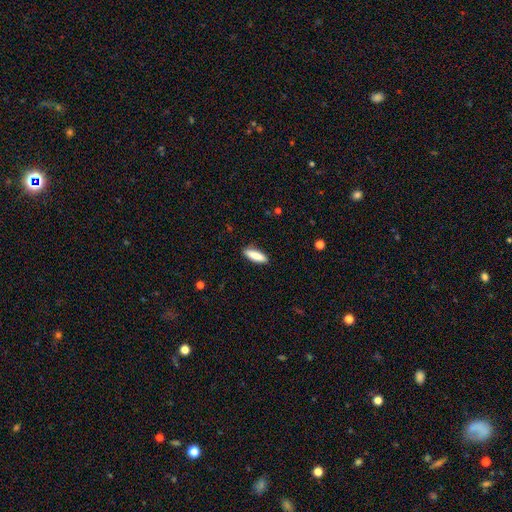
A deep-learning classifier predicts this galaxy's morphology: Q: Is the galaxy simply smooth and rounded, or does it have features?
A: smooth — 86%.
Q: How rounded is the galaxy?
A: cigar-shaped — 51%.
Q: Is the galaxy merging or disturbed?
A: none — 88%.